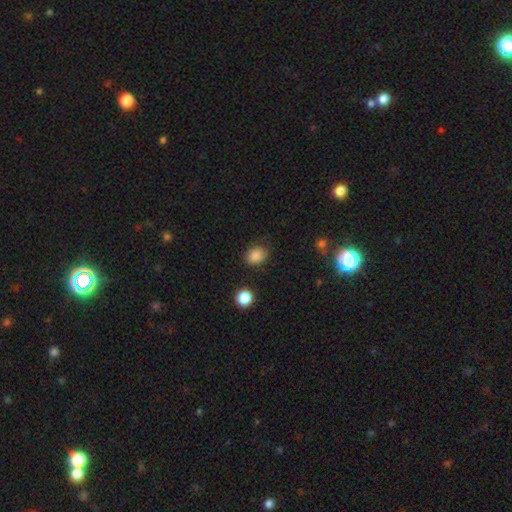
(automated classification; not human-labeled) Smooth or featured?
  - smooth: 85% *
  - star or artifact: 11%
  - featured or disk: 4%
How rounded?
  - in between: 54% *
  - round: 45%
  - cigar-shaped: 1%
Merging?
  - none: 76% *
  - minor disturbance: 17%
  - major disturbance: 5%
  - merger: 2%